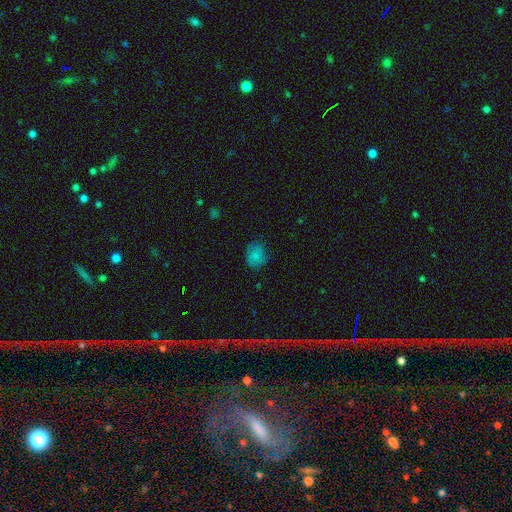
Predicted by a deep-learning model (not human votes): This appears to be a smooth galaxy with no disk features (79%) that is round (66%). Merging: none (75%).